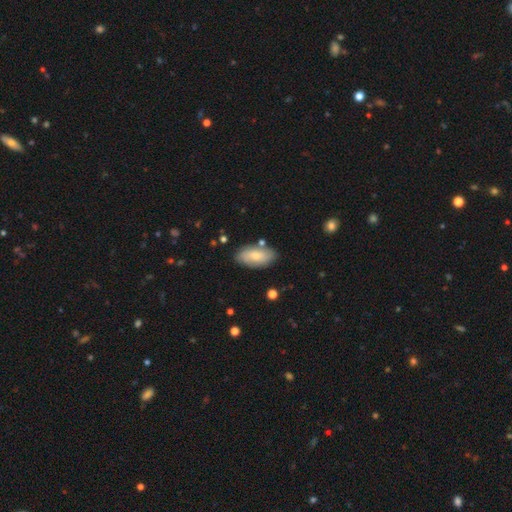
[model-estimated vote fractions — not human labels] The model was most divided on "smooth or featured": smooth: 67%, featured or disk: 27%, star or artifact: 6%. More confident: how rounded — in between (92%); merging — none (78%).